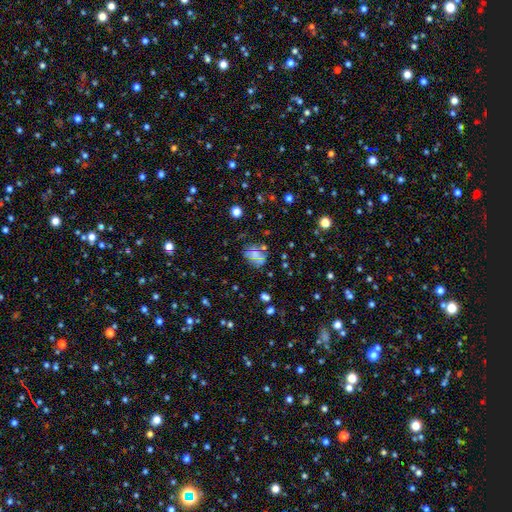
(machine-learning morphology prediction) A smooth galaxy with no disk features (50%).

Vote fractions:
- Smooth or featured? smooth: 50% / star or artifact: 30% / featured or disk: 20%
- Merging? none: 65% / minor disturbance: 18% / major disturbance: 11% / merger: 7%